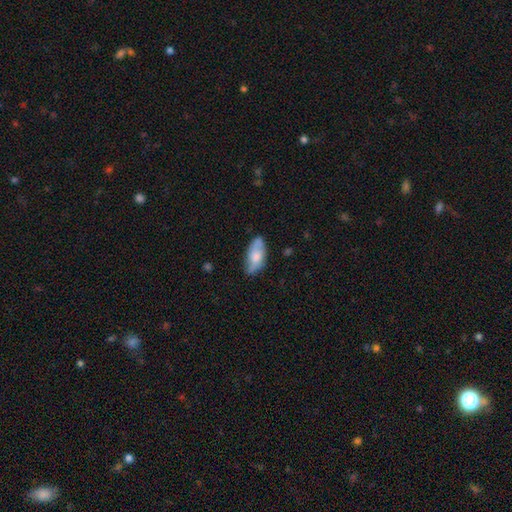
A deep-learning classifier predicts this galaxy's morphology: Smooth or featured: smooth — 64% (featured or disk — 30%)
How rounded: in between — 89% (cigar-shaped — 8%)
Merging: none — 65% (minor disturbance — 27%)